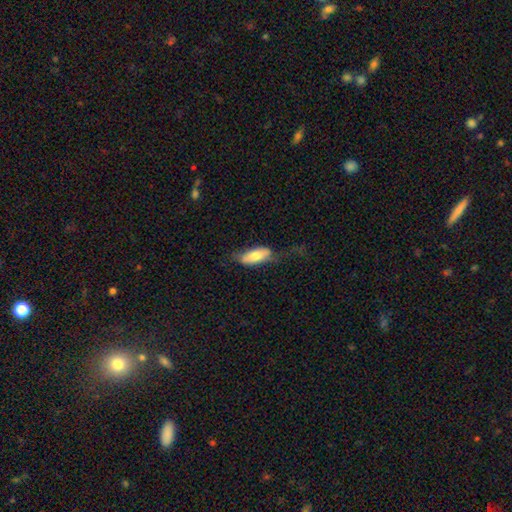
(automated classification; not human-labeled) The model was most divided on "merging": none: 45%, minor disturbance: 29%, major disturbance: 24%, merger: 3%. More confident: how rounded — in between (80%); smooth or featured — smooth (68%).